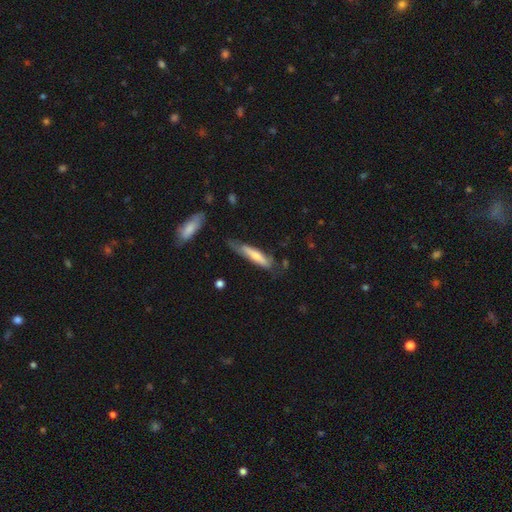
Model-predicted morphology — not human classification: smooth_or_featured: smooth (p=0.56) [alt: featured or disk p=0.39]
how_rounded: cigar-shaped (p=0.81) [alt: in between p=0.18]
merging: none (p=0.53) [alt: minor disturbance p=0.32]